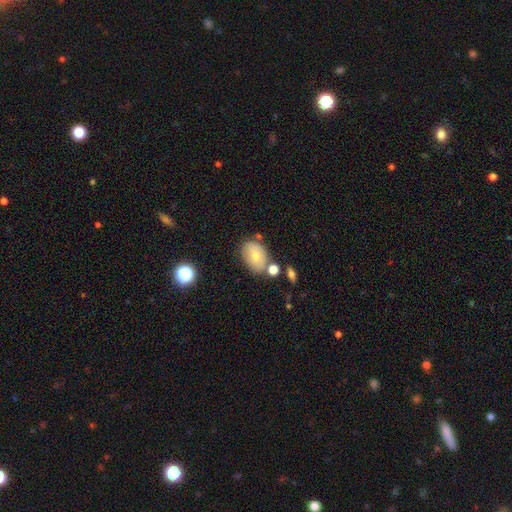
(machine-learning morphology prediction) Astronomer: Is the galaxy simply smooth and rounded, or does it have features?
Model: smooth — 70%.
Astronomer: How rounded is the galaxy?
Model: in between — 79%.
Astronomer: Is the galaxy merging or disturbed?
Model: none — 62%.